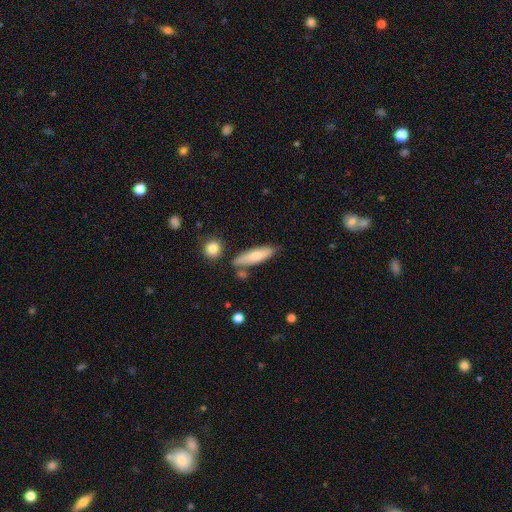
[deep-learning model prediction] The model was most divided on "how rounded": cigar-shaped: 53%, in between: 45%, round: 2%. More confident: merging — none (71%); smooth or featured — smooth (71%).